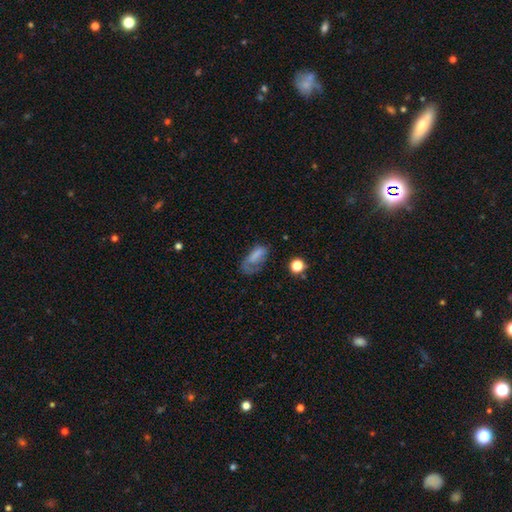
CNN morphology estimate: This is likely a smooth galaxy (68%). How rounded: clearly in between (81%). Merging: marginally major disturbance (34%).